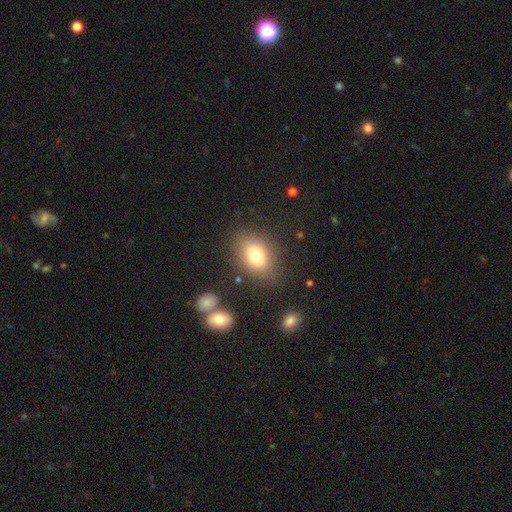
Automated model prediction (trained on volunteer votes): Smooth or featured? smooth (76%)
How rounded? in between (77%)
Merging? none (79%)